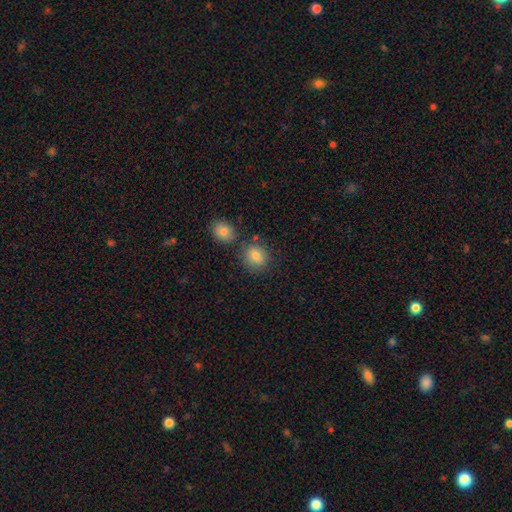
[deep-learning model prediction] Overall: smooth (80%). How rounded: round (72%). Merging: none (73%).